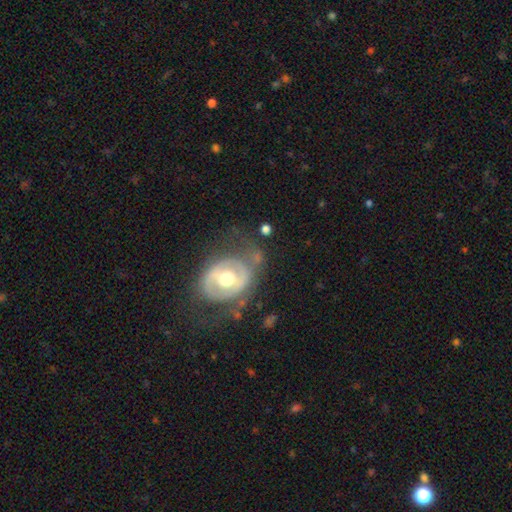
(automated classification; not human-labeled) Smooth or featured? Predicted: featured or disk (p=0.69). Edge-on disk? Predicted: no (p=0.95). Bar? Predicted: no (p=0.46). Spiral arms? Predicted: no (p=0.55). Bulge size? Predicted: moderate (p=0.76). Merging? Predicted: none (p=0.55).